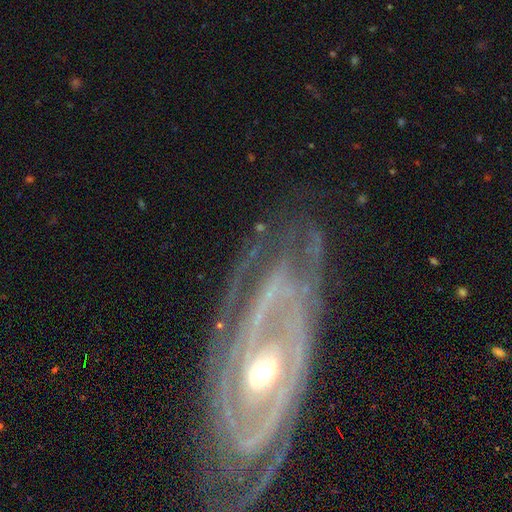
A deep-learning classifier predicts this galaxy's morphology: A featured or disk galaxy (86%) with no bar (59%), 2 (33%) tight (70%) spiral arms (89%) and a moderate central bulge (54%). Merging: none (71%).